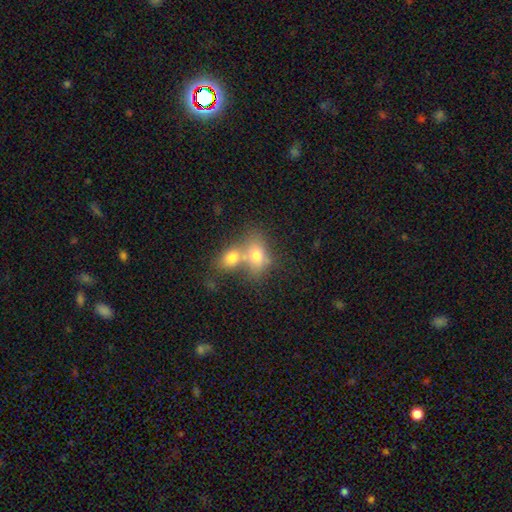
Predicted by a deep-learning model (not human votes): Smooth or featured? smooth (68%)
How rounded? in between (59%)
Merging? merger (68%)